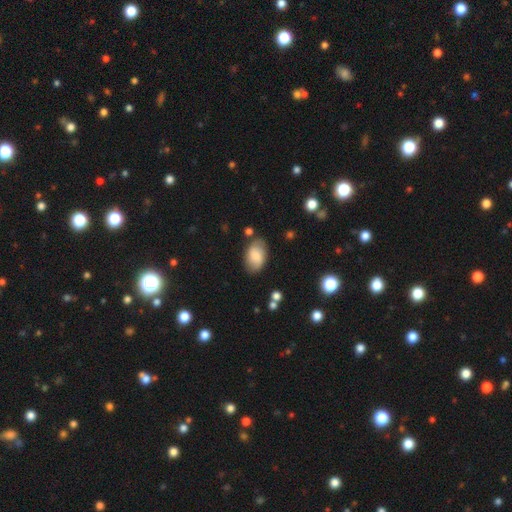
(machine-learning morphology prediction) Overall: smooth (69%). How rounded: in between (90%). Merging: none (76%).